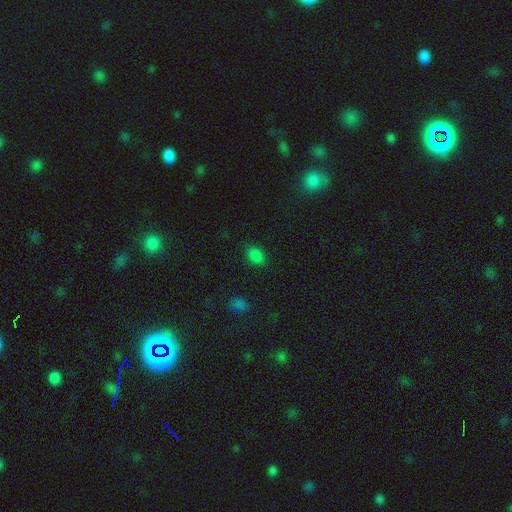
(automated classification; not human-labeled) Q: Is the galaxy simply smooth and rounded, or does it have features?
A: smooth — 81%.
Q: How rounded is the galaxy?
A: in between — 84%.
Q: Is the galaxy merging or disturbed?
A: none — 84%.